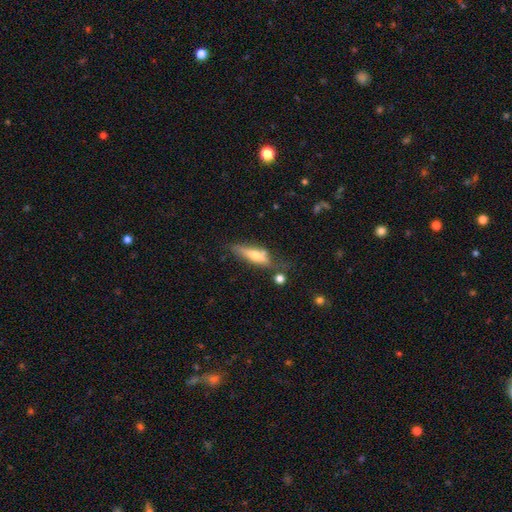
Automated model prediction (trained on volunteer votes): Q: Smooth or featured?
A: smooth (48%); runner-up: featured or disk (45%)
Q: Merging?
A: none (55%); runner-up: minor disturbance (23%)